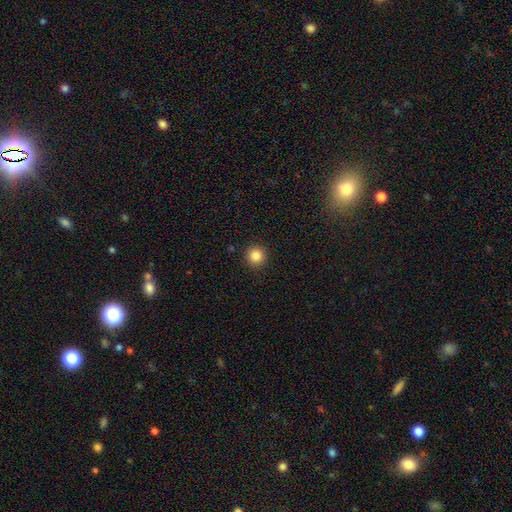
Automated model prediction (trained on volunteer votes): Morphology: type=smooth (85%); roundness=round (94%); merging=none (92%).